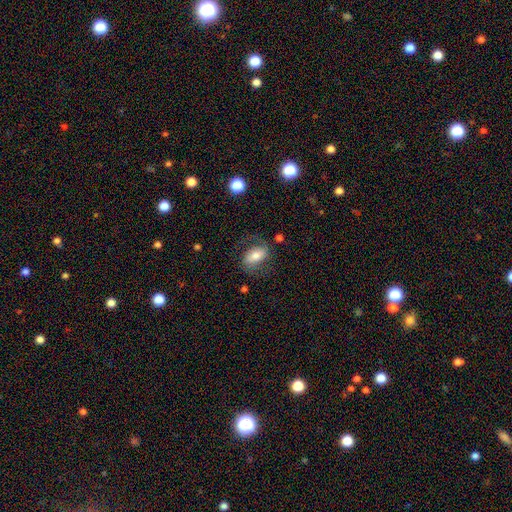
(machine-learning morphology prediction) A featured or disk galaxy (48%).

Vote fractions:
- Smooth or featured? featured or disk: 48% / smooth: 44% / star or artifact: 8%
- Merging? none: 63% / minor disturbance: 18% / major disturbance: 17% / merger: 2%